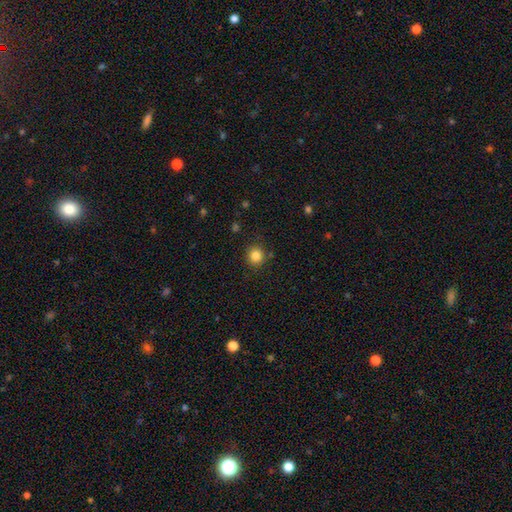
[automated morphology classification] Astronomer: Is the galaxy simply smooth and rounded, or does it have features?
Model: smooth — 84%.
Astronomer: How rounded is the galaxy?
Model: round — 91%.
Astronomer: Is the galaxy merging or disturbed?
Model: none — 87%.